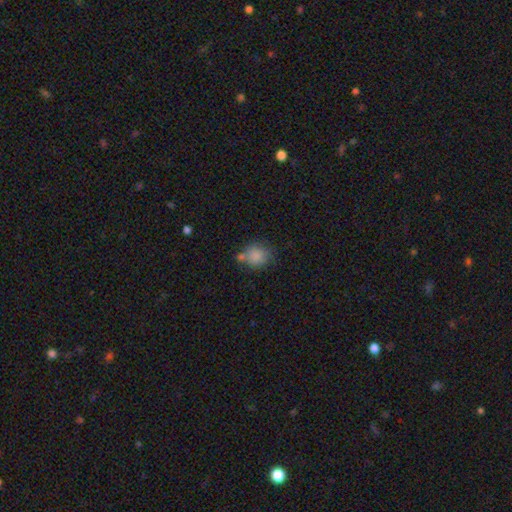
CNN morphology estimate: Smooth or featured: smooth — 85% (star or artifact — 9%)
How rounded: round — 79% (in between — 20%)
Merging: none — 59% (merger — 20%)